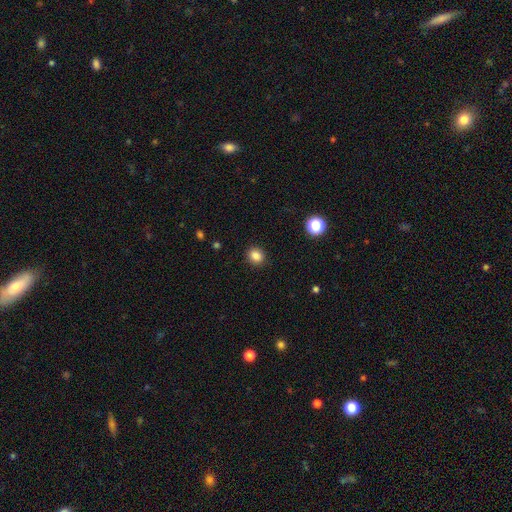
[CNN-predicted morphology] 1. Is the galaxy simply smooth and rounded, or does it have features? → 85% smooth, 11% star or artifact, 4% featured or disk.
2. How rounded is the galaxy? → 75% round, 24% in between, 1% cigar-shaped.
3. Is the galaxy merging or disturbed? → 91% none, 6% minor disturbance, 2% major disturbance, 1% merger.